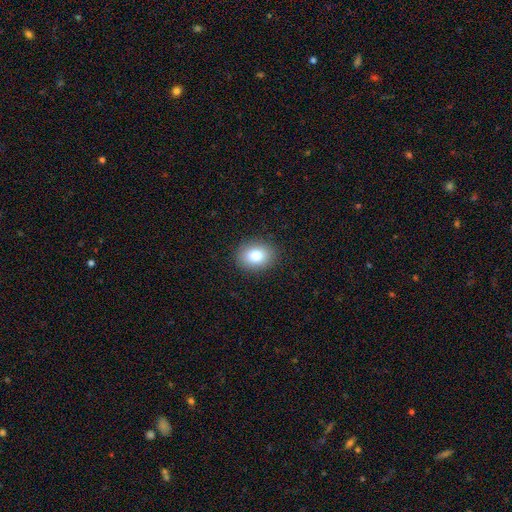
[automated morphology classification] type=smooth (82%); roundness=in between (54%); merging=none (89%).